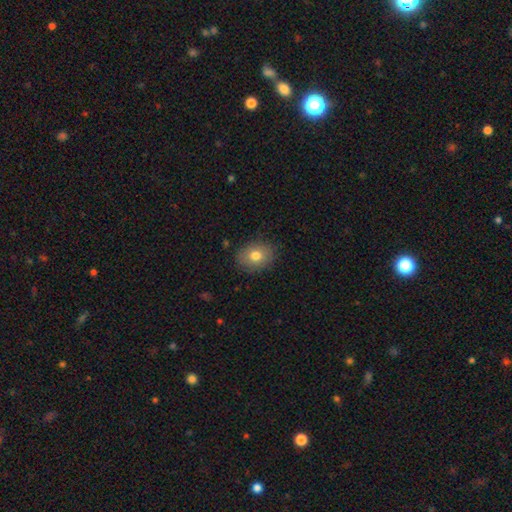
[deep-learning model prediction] Smooth or featured?
  - smooth: 77% *
  - featured or disk: 13%
  - star or artifact: 9%
How rounded?
  - in between: 53% *
  - round: 46%
  - cigar-shaped: 1%
Merging?
  - none: 86% *
  - minor disturbance: 10%
  - major disturbance: 3%
  - merger: 1%